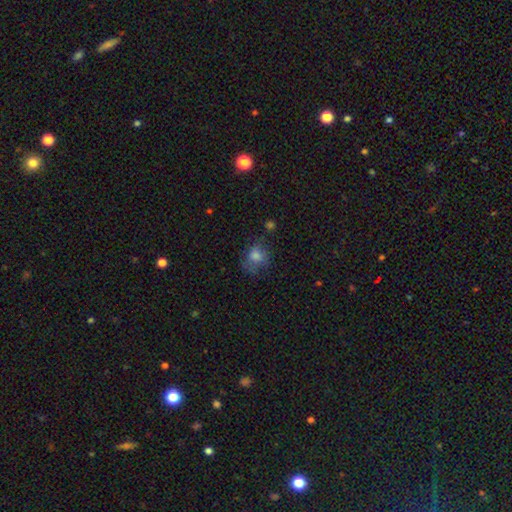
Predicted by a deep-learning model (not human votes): Smooth or featured? Predicted: smooth (p=0.67). How rounded? Predicted: round (p=0.63). Merging? Predicted: none (p=0.54).